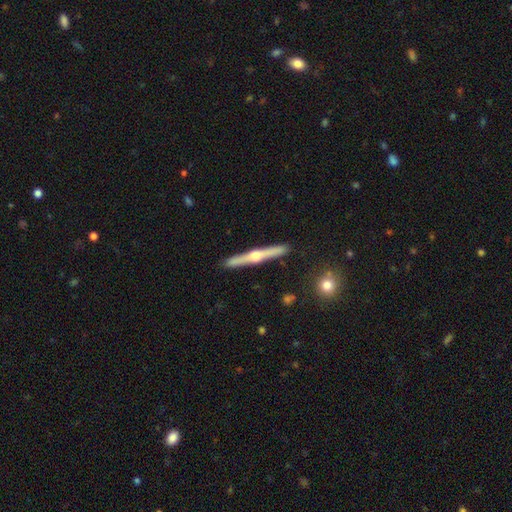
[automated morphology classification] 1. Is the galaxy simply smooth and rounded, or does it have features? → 75% featured or disk, 20% smooth, 5% star or artifact.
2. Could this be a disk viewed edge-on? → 98% yes, 2% no.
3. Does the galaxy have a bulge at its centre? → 90% rounded, 6% none, 4% boxy.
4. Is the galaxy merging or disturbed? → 91% none, 6% minor disturbance, 2% merger, 1% major disturbance.